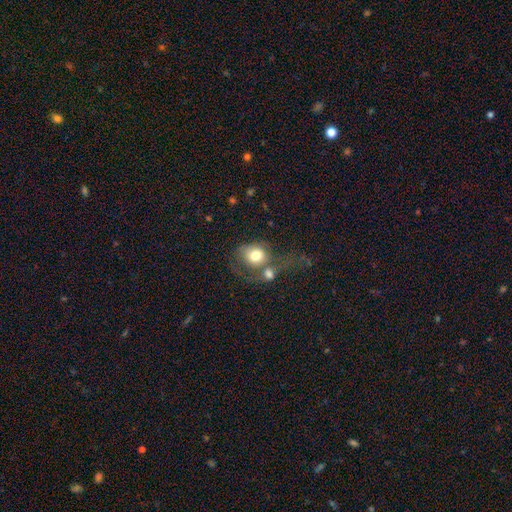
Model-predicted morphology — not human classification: Smooth or featured?
  - smooth: 68% *
  - featured or disk: 23%
  - star or artifact: 9%
How rounded?
  - round: 62% *
  - in between: 36%
  - cigar-shaped: 1%
Merging?
  - merger: 50% *
  - major disturbance: 22%
  - none: 18%
  - minor disturbance: 10%